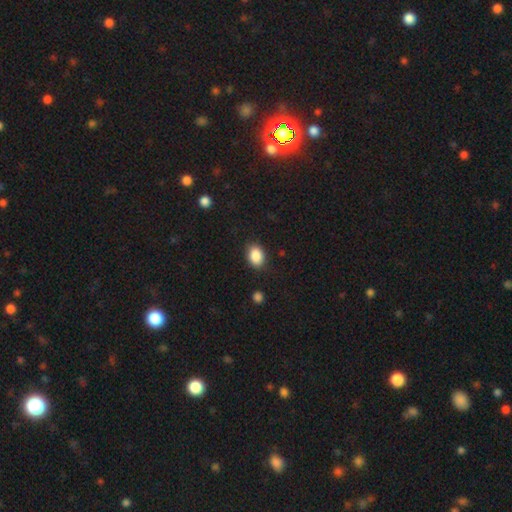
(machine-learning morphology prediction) This is clearly a smooth galaxy (88%). How rounded: likely in between (69%). Merging: clearly none (84%).